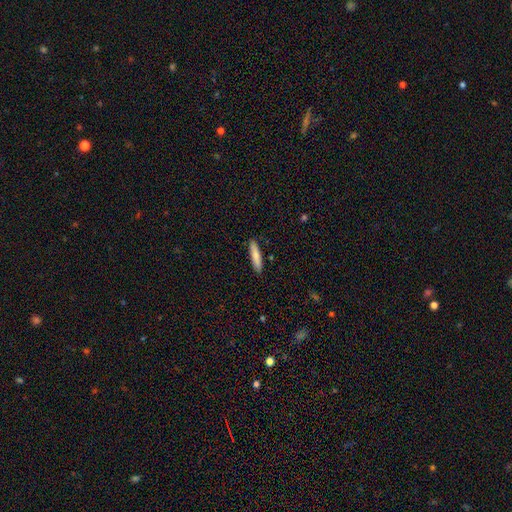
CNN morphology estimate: The model was most divided on "smooth or featured": smooth: 82%, featured or disk: 12%, star or artifact: 6%. More confident: merging — none (91%); how rounded — cigar-shaped (85%).